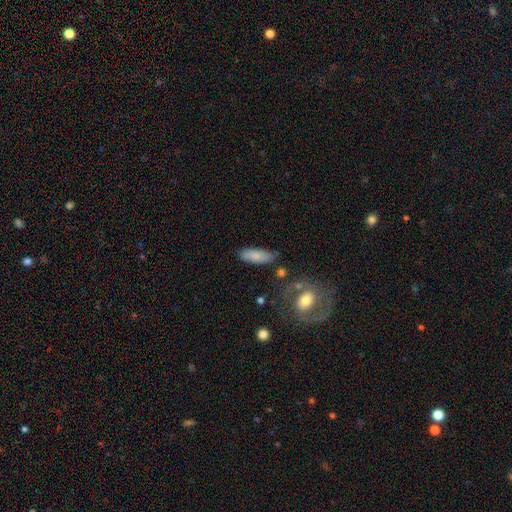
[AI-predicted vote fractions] Smooth or featured? smooth (81%)
How rounded? in between (70%)
Merging? none (74%)